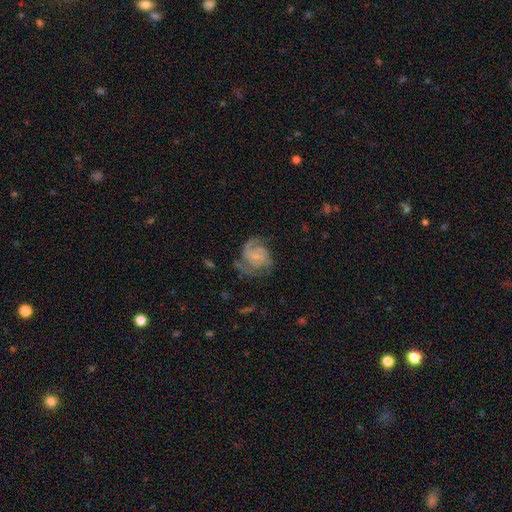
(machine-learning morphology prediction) Smooth or featured? Predicted: featured or disk (p=0.85). Edge-on disk? Predicted: no (p=0.98). Bar? Predicted: no (p=0.54). Spiral arms? Predicted: yes (p=0.97). Spiral winding? Predicted: medium (p=0.45). Spiral arm count? Predicted: 2 (p=0.50). Bulge size? Predicted: small (p=0.62). Merging? Predicted: none (p=0.61).